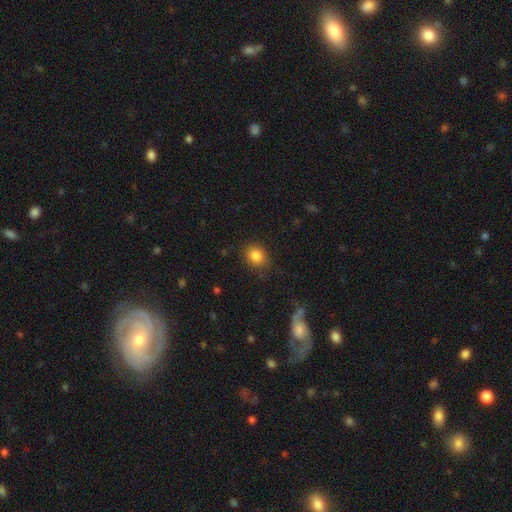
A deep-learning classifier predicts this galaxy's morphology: A smooth galaxy with no disk features (84%) that is round (62%).

Vote fractions:
- Smooth or featured? smooth: 84% / star or artifact: 10% / featured or disk: 6%
- How rounded? round: 62% / in between: 37% / cigar-shaped: 1%
- Merging? none: 84% / minor disturbance: 11% / major disturbance: 3% / merger: 1%